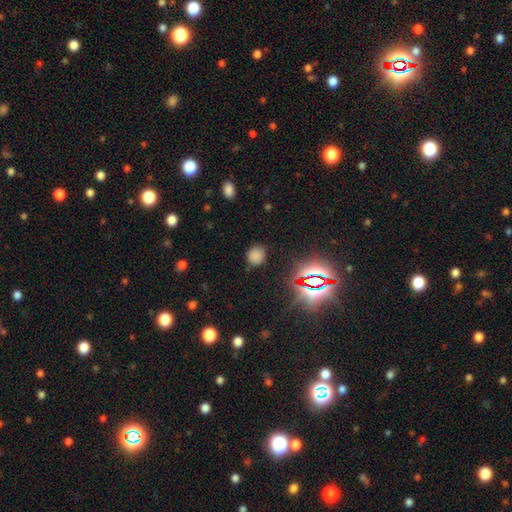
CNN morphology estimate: A smooth galaxy with no disk features (71%) that is round (80%).

Vote fractions:
- Smooth or featured? smooth: 71% / star or artifact: 22% / featured or disk: 6%
- How rounded? round: 80% / in between: 19% / cigar-shaped: 1%
- Merging? none: 80% / minor disturbance: 14% / major disturbance: 4% / merger: 2%